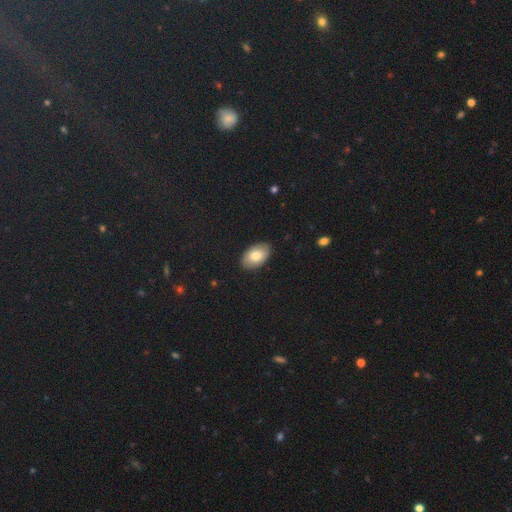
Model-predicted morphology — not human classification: A smooth galaxy with no disk features (78%) that is in between round and cigar-shaped (92%). Merging: none (88%).